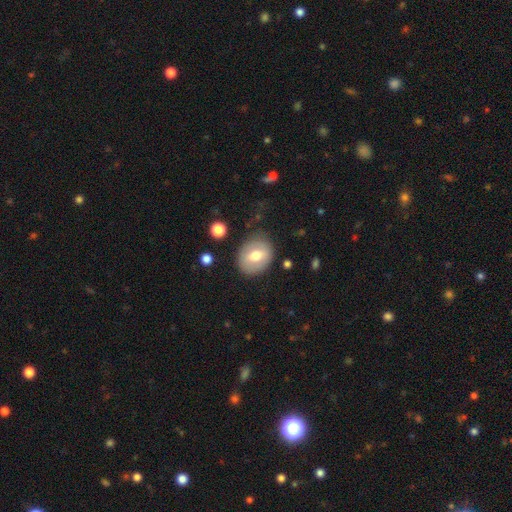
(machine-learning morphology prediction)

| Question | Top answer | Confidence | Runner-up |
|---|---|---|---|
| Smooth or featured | smooth | 63% | featured or disk (30%) |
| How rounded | in between | 51% | round (48%) |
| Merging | none | 78% | minor disturbance (15%) |